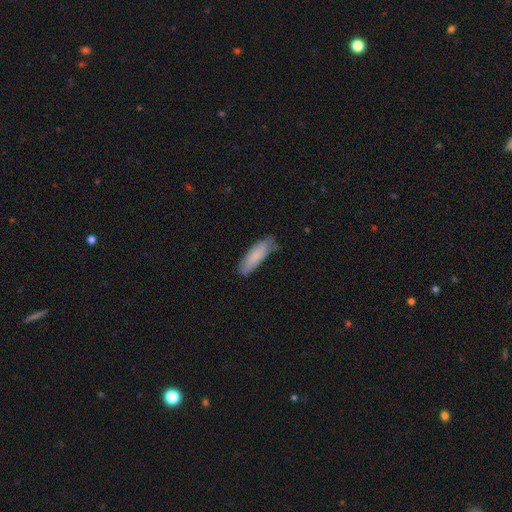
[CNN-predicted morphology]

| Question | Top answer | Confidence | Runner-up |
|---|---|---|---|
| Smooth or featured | smooth | 84% | featured or disk (10%) |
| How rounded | cigar-shaped | 54% | in between (45%) |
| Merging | none | 71% | minor disturbance (24%) |